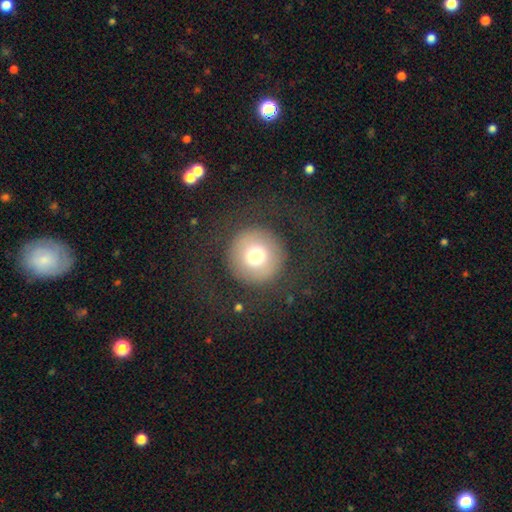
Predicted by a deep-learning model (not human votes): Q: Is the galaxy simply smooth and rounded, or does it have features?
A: smooth — 72%.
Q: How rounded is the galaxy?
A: round — 95%.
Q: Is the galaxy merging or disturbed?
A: none — 82%.